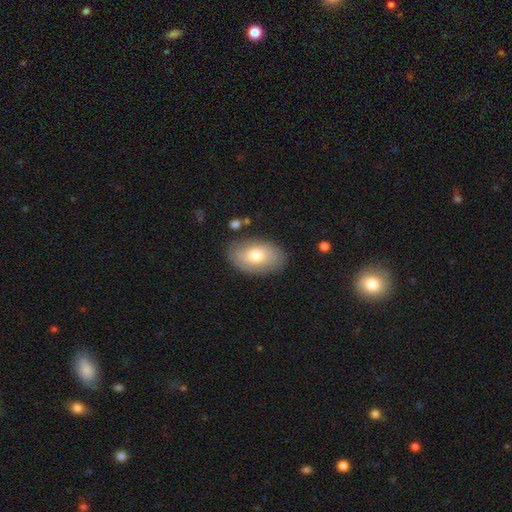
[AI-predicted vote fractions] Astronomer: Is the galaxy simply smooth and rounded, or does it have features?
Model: smooth — 70%.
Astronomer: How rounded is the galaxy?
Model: in between — 92%.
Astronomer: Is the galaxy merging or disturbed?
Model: none — 82%.